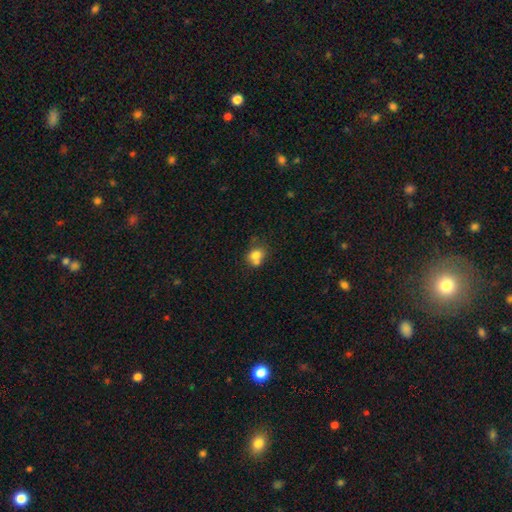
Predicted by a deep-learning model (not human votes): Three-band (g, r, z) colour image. It shows a smooth galaxy with no disk features (75%) that is round (62%). Merging: none (41%).